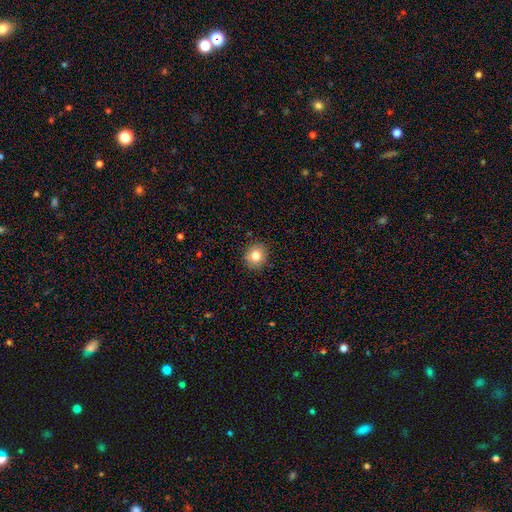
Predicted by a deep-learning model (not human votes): This appears to be a smooth galaxy with no disk features (82%) that is round (78%). Merging: none (90%).